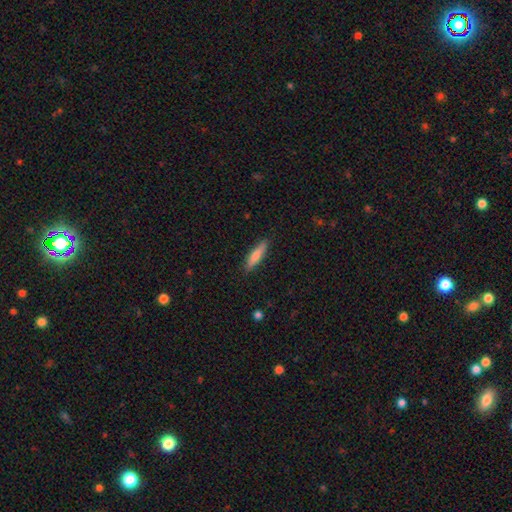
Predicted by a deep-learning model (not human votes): Overall: smooth (72%). How rounded: cigar-shaped (82%). Merging: none (89%).